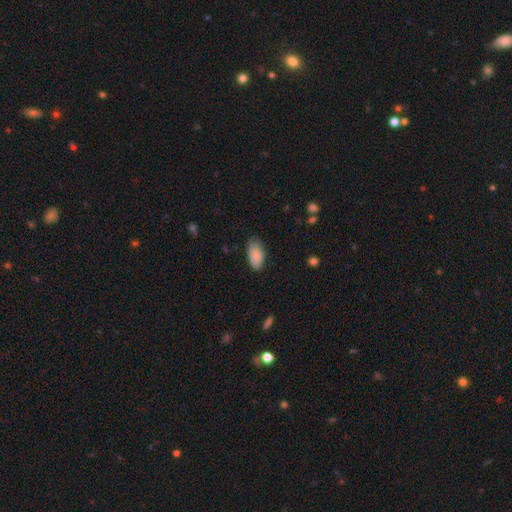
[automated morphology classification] This appears to be a smooth galaxy with no disk features (87%) that is in between round and cigar-shaped (94%). Merging: none (71%).